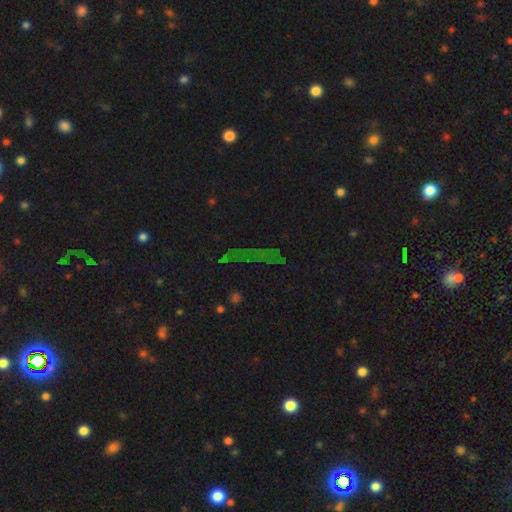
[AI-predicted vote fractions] The model was most divided on "smooth or featured": star or artifact: 65%, smooth: 19%, featured or disk: 16%.